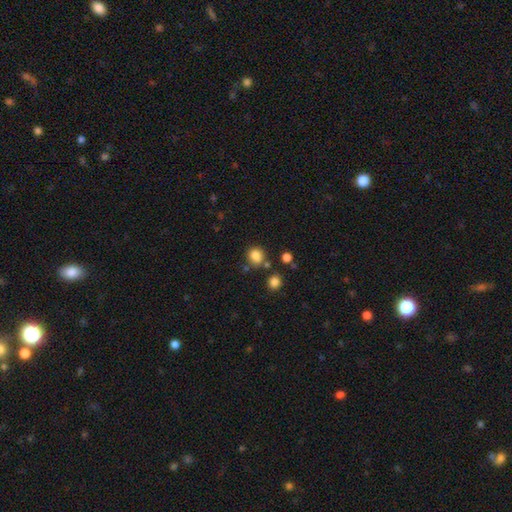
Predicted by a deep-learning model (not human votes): Smooth or featured? Predicted: smooth (p=0.83). How rounded? Predicted: round (p=0.77). Merging? Predicted: none (p=0.72).